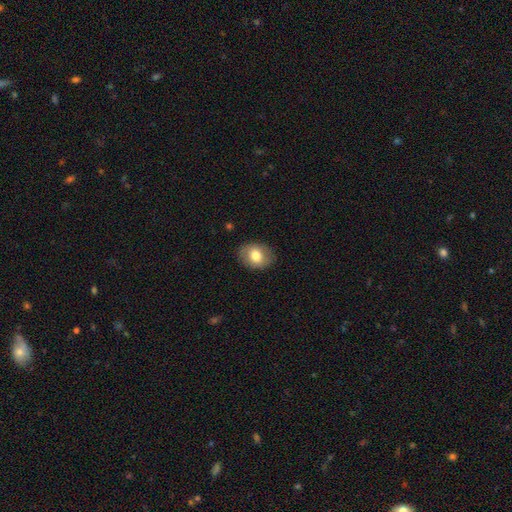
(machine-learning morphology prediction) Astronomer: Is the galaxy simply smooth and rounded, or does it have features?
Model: smooth — 75%.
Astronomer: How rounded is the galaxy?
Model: in between — 67%.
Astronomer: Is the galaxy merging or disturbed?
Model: none — 86%.